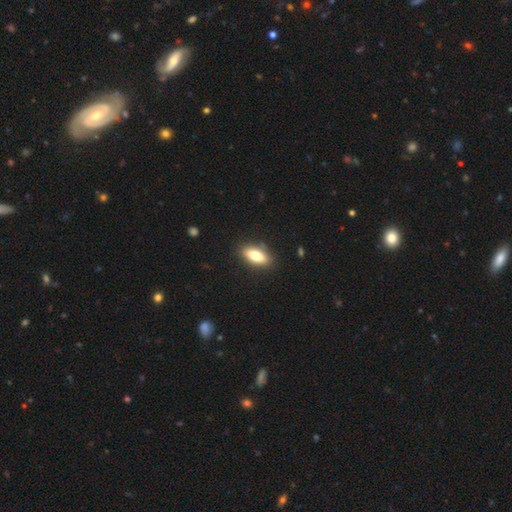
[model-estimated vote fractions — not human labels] A smooth galaxy with no disk features (74%) that is in between round and cigar-shaped (80%).

Vote fractions:
- Smooth or featured? smooth: 74% / featured or disk: 19% / star or artifact: 7%
- How rounded? in between: 80% / cigar-shaped: 17% / round: 3%
- Merging? none: 86% / minor disturbance: 10% / major disturbance: 2% / merger: 1%